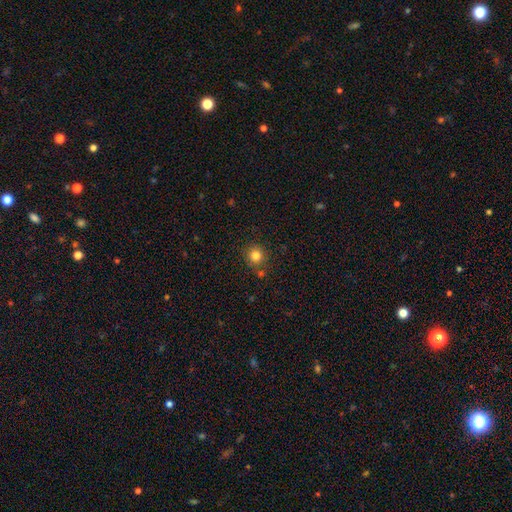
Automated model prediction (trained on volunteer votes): A smooth galaxy with no disk features (82%) that is round (91%). Merging: none (83%).